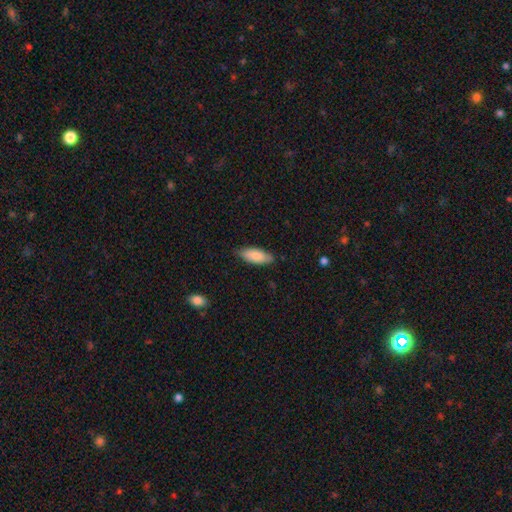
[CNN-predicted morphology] The model was most divided on "how rounded": in between: 77%, cigar-shaped: 21%, round: 2%. More confident: merging — none (82%); smooth or featured — smooth (81%).